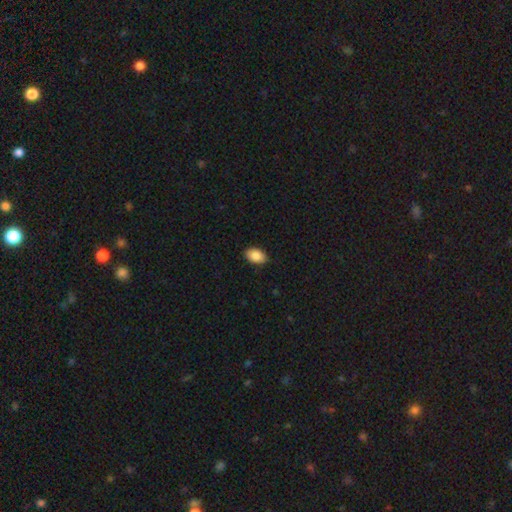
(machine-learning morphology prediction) type=smooth (88%); roundness=in between (91%); merging=none (87%).